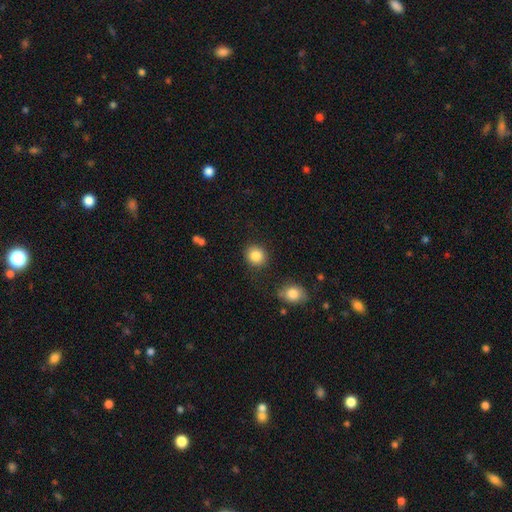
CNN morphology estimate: smooth_or_featured: smooth (p=0.86) [alt: star or artifact p=0.09]
how_rounded: round (p=0.81) [alt: in between p=0.18]
merging: none (p=0.84) [alt: minor disturbance p=0.09]